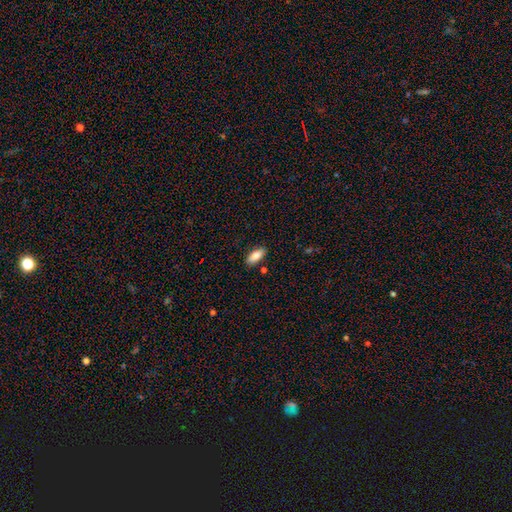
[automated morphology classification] A smooth galaxy with no disk features (83%) that is in between round and cigar-shaped (83%).

Vote fractions:
- Smooth or featured? smooth: 83% / featured or disk: 10% / star or artifact: 7%
- How rounded? in between: 83% / cigar-shaped: 15% / round: 2%
- Merging? none: 86% / minor disturbance: 9% / merger: 2% / major disturbance: 2%